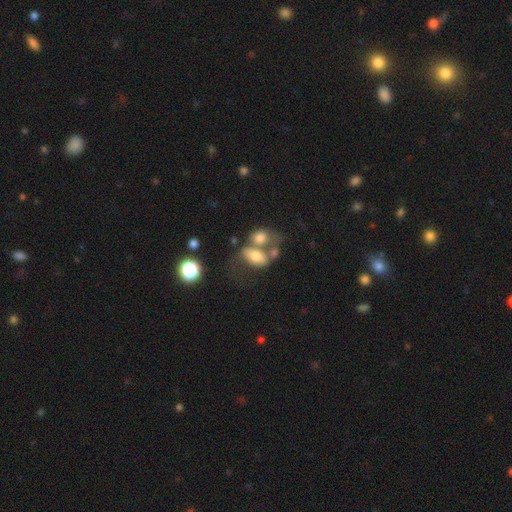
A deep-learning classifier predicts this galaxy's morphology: Smooth or featured? Predicted: smooth (p=0.63). How rounded? Predicted: in between (p=0.85). Merging? Predicted: merger (p=0.51).